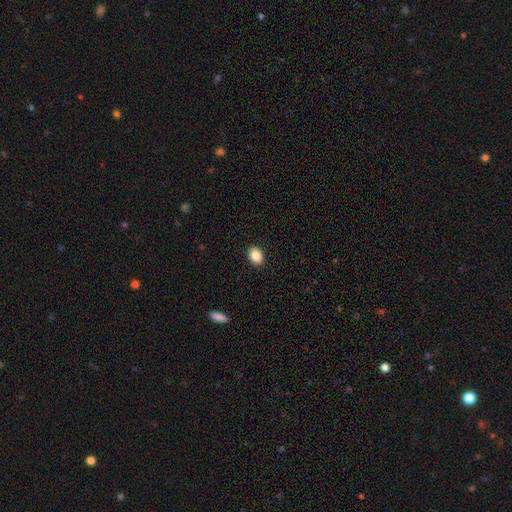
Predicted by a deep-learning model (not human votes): Smooth or featured?
  - smooth: 86% *
  - star or artifact: 8%
  - featured or disk: 5%
How rounded?
  - in between: 70% *
  - round: 29%
  - cigar-shaped: 1%
Merging?
  - none: 90% *
  - minor disturbance: 7%
  - major disturbance: 2%
  - merger: 1%